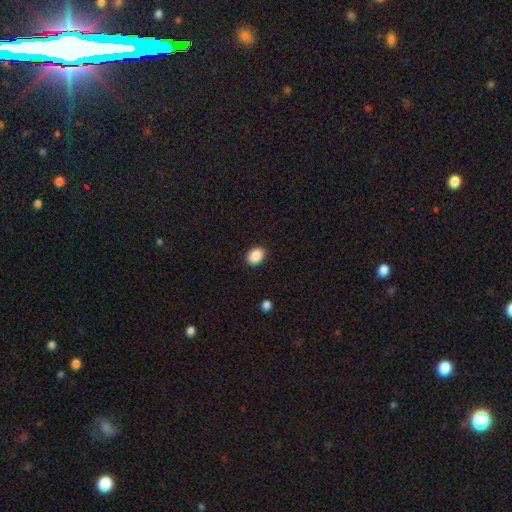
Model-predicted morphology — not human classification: type=smooth (88%); roundness=in between (70%); merging=none (89%).